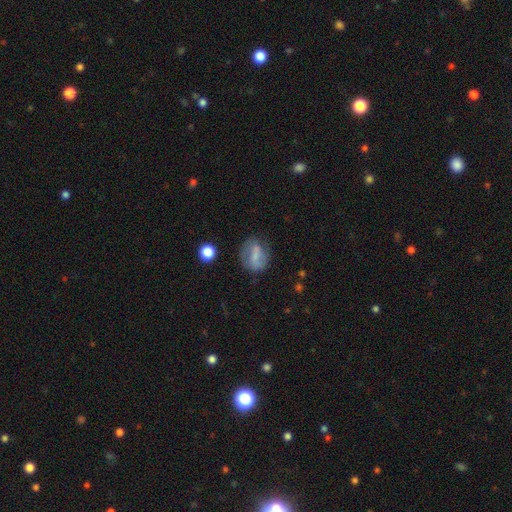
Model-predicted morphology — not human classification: Smooth or featured: smooth — 49% (featured or disk — 42%)
Merging: none — 63% (minor disturbance — 22%)